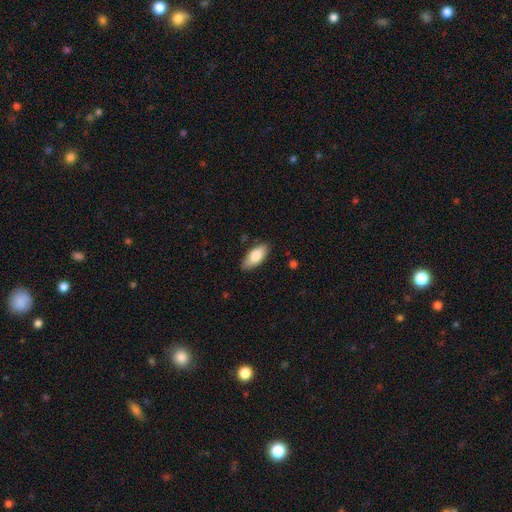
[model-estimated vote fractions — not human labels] The model was most divided on "smooth or featured": smooth: 83%, featured or disk: 11%, star or artifact: 6%. More confident: how rounded — in between (88%); merging — none (85%).